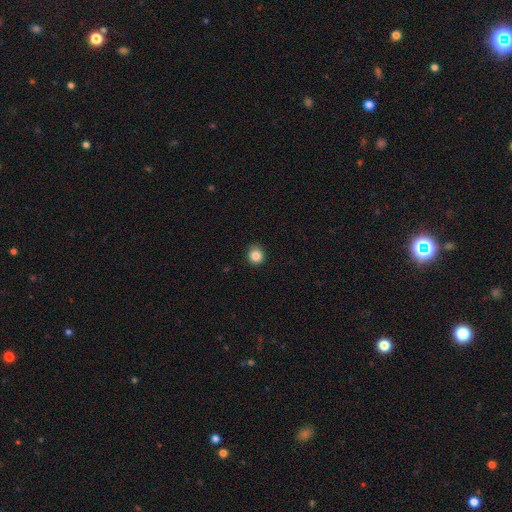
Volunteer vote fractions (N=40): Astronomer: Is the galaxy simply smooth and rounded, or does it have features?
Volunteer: smooth — 80%.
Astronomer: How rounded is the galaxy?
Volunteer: round — 91%.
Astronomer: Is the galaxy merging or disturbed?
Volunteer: none — 86%.